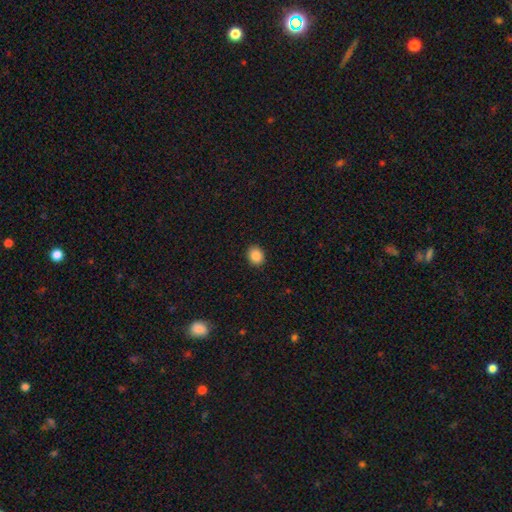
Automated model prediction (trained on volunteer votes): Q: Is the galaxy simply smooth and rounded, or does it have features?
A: smooth — 87%.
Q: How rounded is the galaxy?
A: round — 63%.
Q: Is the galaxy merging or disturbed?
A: none — 91%.